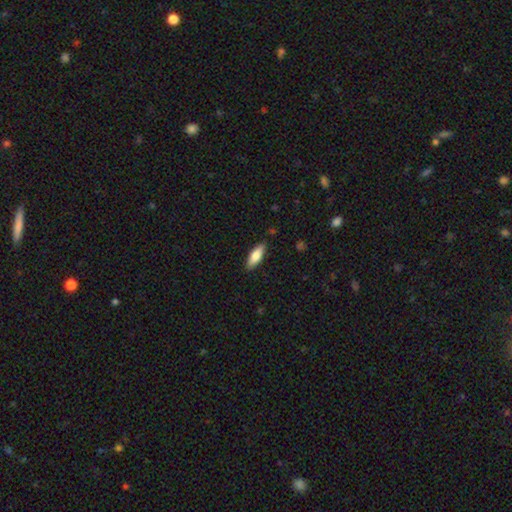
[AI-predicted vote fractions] Smooth or featured? Predicted: smooth (p=0.76). How rounded? Predicted: in between (p=0.66). Merging? Predicted: none (p=0.86).